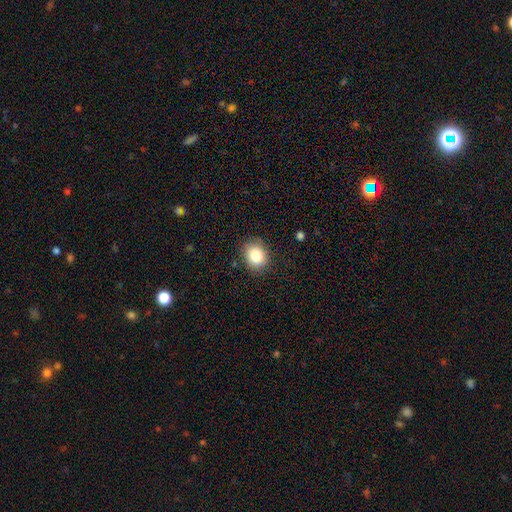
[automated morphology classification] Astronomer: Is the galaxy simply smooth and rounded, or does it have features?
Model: smooth — 83%.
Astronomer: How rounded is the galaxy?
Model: round — 58% (runner-up: in between, 41%).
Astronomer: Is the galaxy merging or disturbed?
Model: none — 83%.